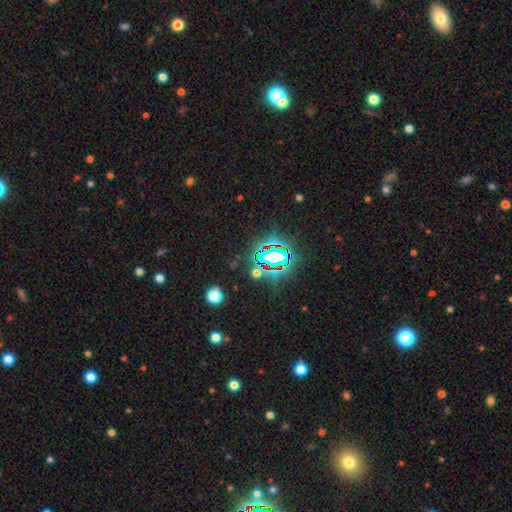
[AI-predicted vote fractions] smooth-or-featured: star or artifact: 84% | smooth: 10% | featured or disk: 7%